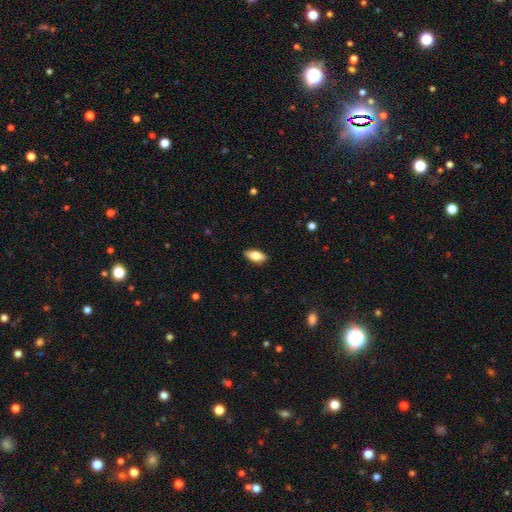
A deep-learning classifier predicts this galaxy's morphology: Smooth or featured? Predicted: smooth (p=0.74). How rounded? Predicted: in between (p=0.86). Merging? Predicted: none (p=0.88).